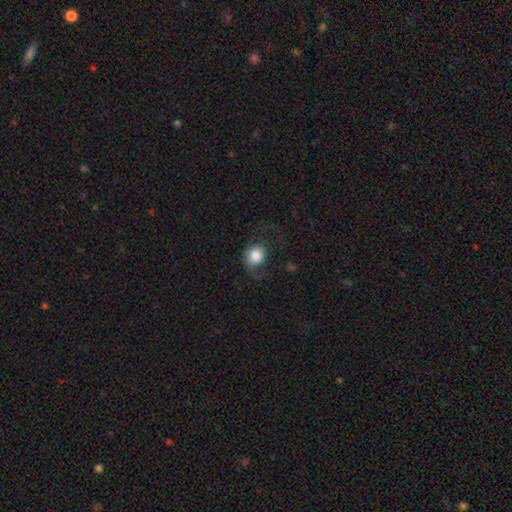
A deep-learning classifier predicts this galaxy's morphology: smooth-or-featured: smooth: 70% | featured or disk: 22% | star or artifact: 8%
  how-rounded: round: 75% | in between: 24% | cigar-shaped: 1%
  merging: none: 40% | major disturbance: 37% | minor disturbance: 22% | merger: 2%